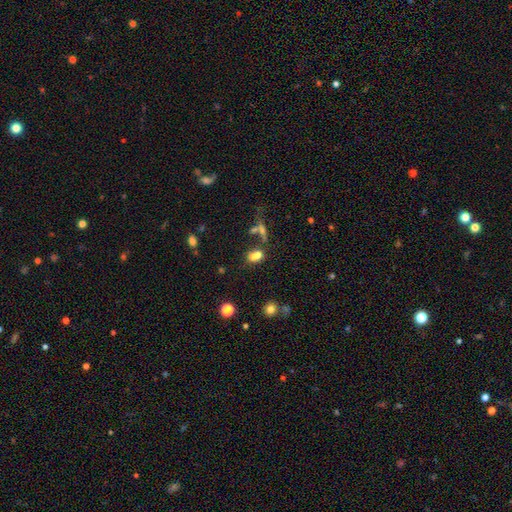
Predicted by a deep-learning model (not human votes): Overall: smooth (69%). How rounded: in between (66%; round 30%). Merging: merger (48%; none 35%).